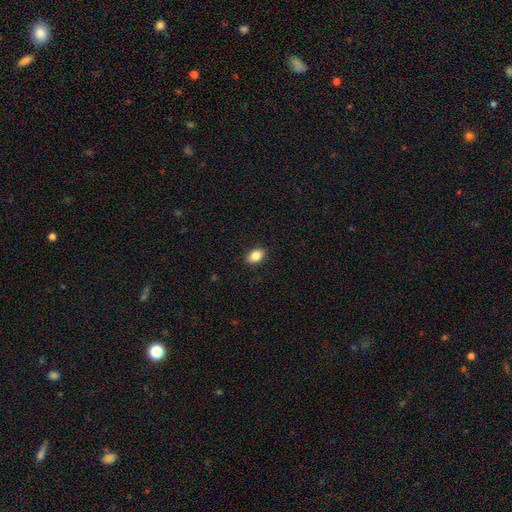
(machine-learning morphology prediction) Overall: smooth (84%). How rounded: in between (82%). Merging: none (90%).